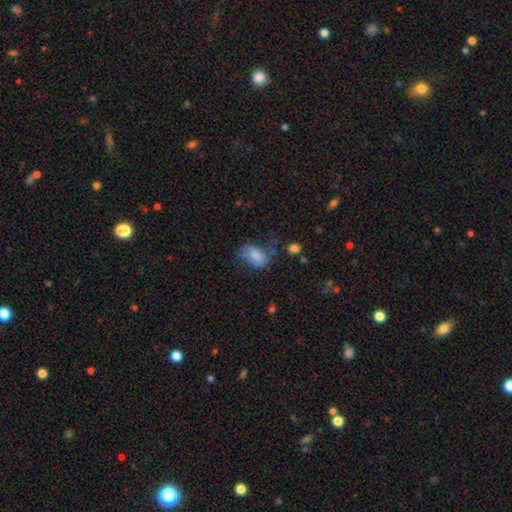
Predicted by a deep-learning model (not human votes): This appears to be a smooth galaxy with no disk features (77%) that is in between round and cigar-shaped (87%). Merging: none (44%).